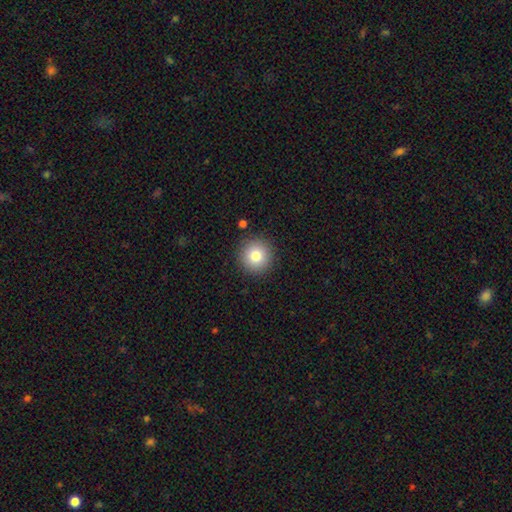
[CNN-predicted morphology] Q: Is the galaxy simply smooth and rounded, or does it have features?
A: smooth — 81%.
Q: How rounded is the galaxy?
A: round — 95%.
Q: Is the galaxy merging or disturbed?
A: none — 90%.